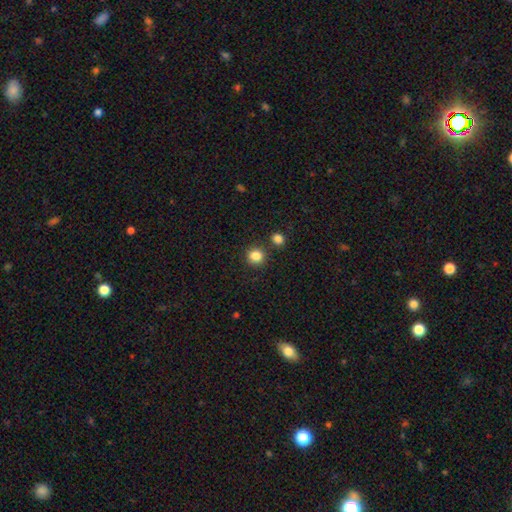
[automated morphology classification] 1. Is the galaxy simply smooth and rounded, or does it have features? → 85% smooth, 12% star or artifact, 4% featured or disk.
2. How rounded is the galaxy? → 91% round, 8% in between, 1% cigar-shaped.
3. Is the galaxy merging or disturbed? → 84% none, 7% minor disturbance, 6% merger, 2% major disturbance.